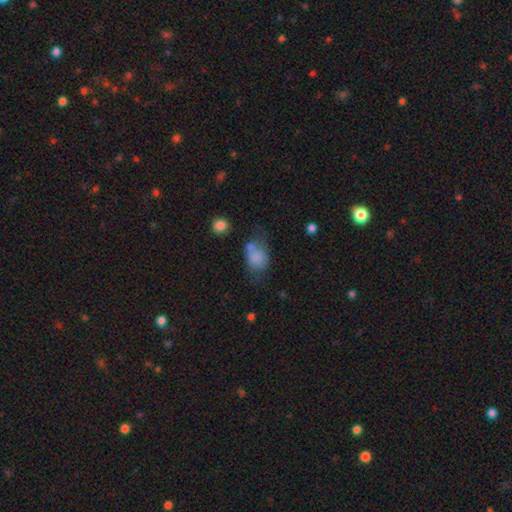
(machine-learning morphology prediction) Smooth or featured? smooth (78%)
How rounded? in between (68%)
Merging? none (39%)